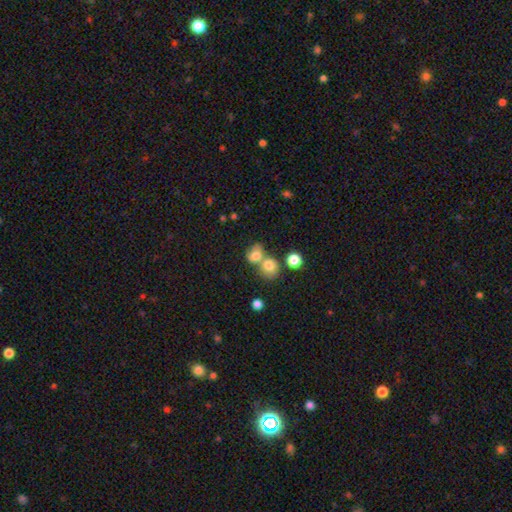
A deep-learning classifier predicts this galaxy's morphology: smooth_or_featured: smooth (p=0.76) [alt: star or artifact p=0.12]
how_rounded: round (p=0.57) [alt: in between p=0.41]
merging: merger (p=0.57) [alt: none p=0.31]